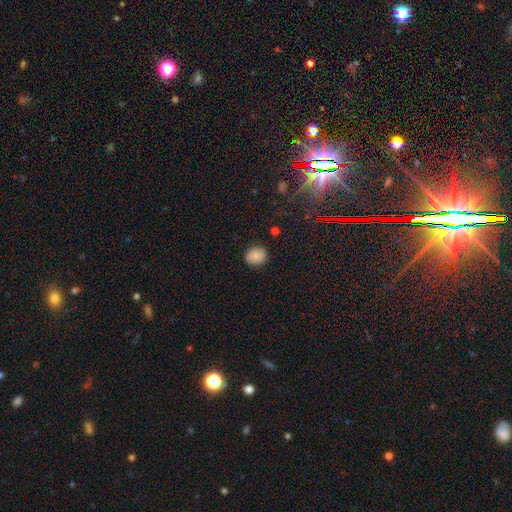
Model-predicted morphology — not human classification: This is clearly a smooth galaxy (83%). How rounded: likely round (65%). Merging: clearly none (87%).